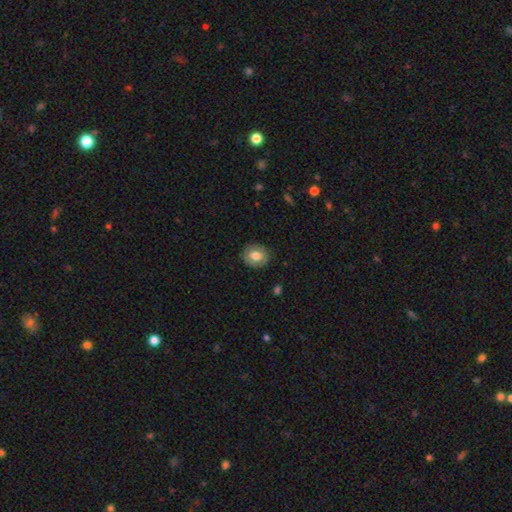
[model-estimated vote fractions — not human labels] Overall: smooth (75%). How rounded: round (70%). Merging: none (88%).